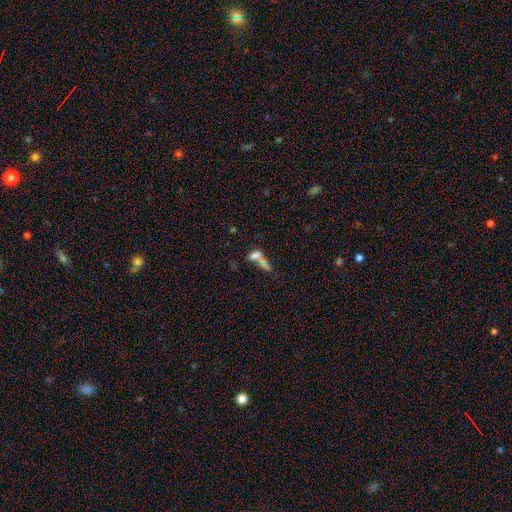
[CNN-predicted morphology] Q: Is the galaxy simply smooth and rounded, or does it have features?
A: smooth — 58%.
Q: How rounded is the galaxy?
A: in between — 52%.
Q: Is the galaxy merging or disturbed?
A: merger — 56%.